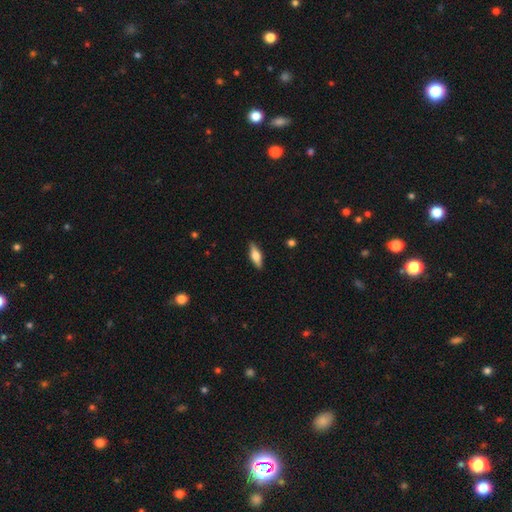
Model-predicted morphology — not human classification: Smooth or featured? smooth (57%)
How rounded? in between (57%)
Merging? none (88%)